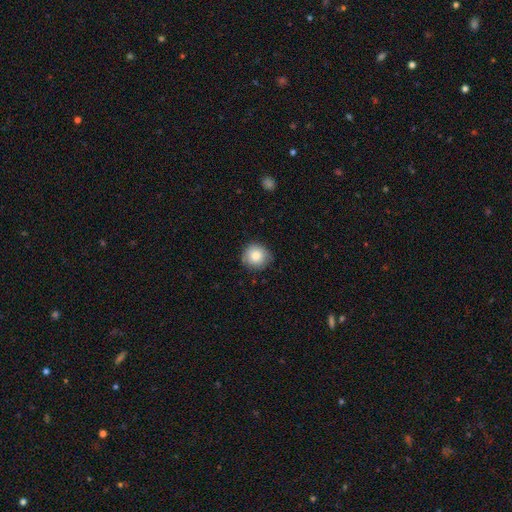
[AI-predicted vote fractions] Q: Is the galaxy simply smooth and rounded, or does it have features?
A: smooth — 81%.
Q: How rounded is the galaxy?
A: round — 92%.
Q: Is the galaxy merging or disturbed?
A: none — 81%.